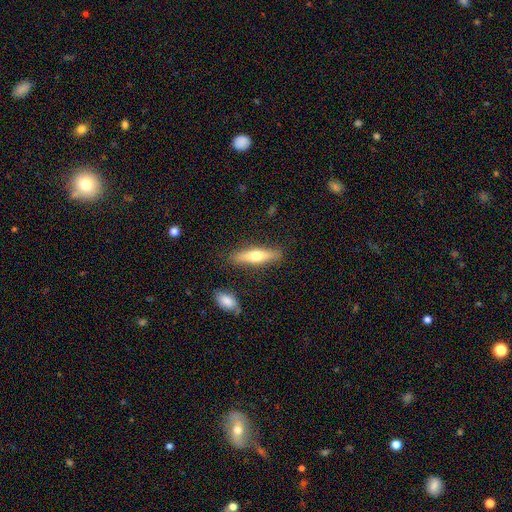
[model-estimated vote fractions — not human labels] The model was most divided on "smooth or featured": smooth: 57%, featured or disk: 37%, star or artifact: 6%. More confident: merging — none (83%); how rounded — cigar-shaped (74%).